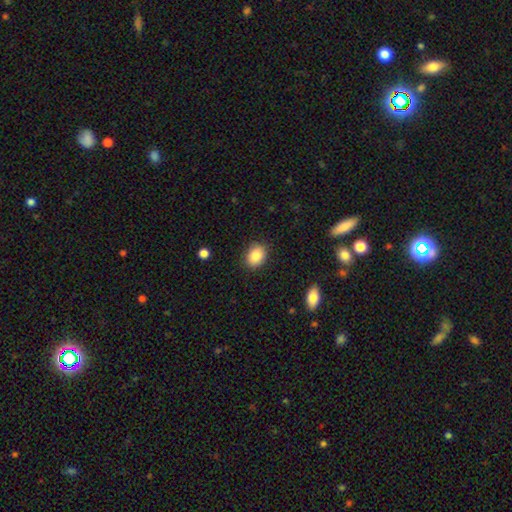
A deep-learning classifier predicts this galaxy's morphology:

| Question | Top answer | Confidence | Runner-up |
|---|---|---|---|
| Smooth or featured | smooth | 87% | star or artifact (8%) |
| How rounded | in between | 62% | round (37%) |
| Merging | none | 85% | minor disturbance (11%) |